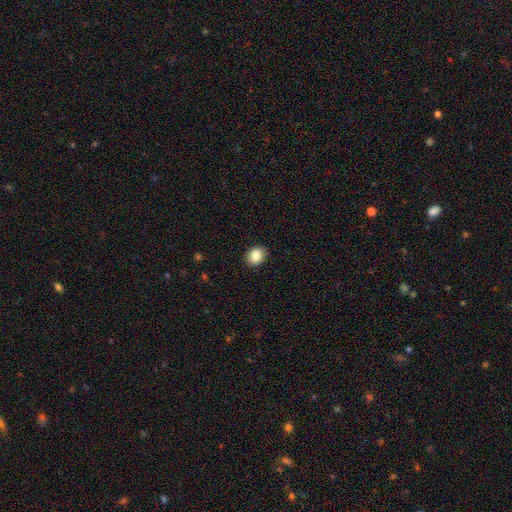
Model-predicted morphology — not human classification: Smooth or featured: smooth — 85% (star or artifact — 9%)
How rounded: round — 54% (in between — 46%)
Merging: none — 90% (minor disturbance — 7%)